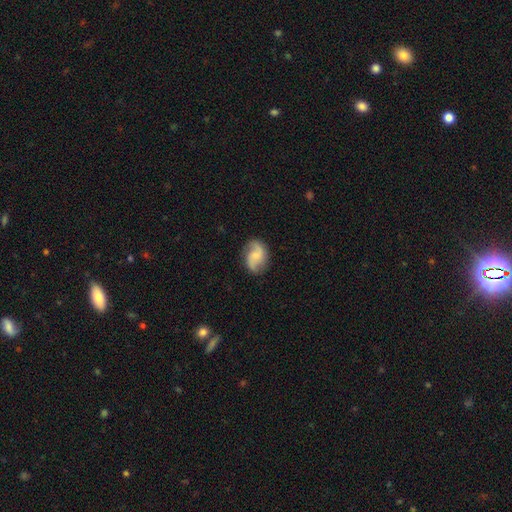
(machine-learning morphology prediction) A featured or disk galaxy (71%) with no bar (55%), 2 (90%) loose (53%) spiral arms (95%) and a small central bulge (44%). Merging: none (80%).